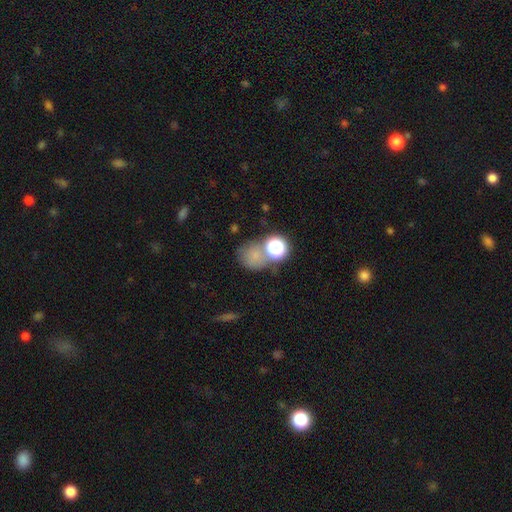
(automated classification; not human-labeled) Overall: smooth (65%; star or artifact 25%). How rounded: round (73%). Merging: none (51%; merger 25%).